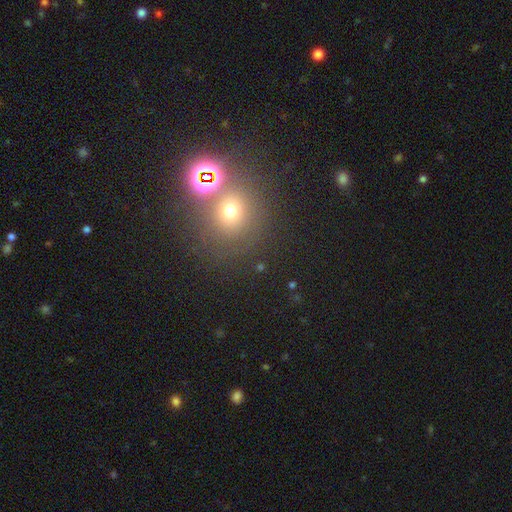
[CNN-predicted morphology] This appears to be a star or artifact, not a galaxy (52%).